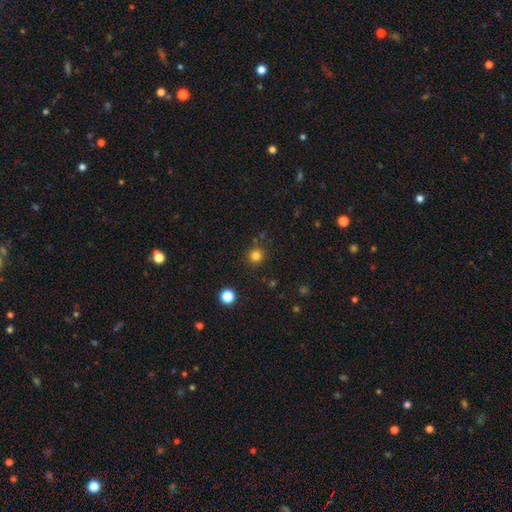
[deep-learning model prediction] Smooth or featured: smooth — 80% (star or artifact — 15%)
How rounded: round — 93% (in between — 6%)
Merging: none — 85% (minor disturbance — 9%)